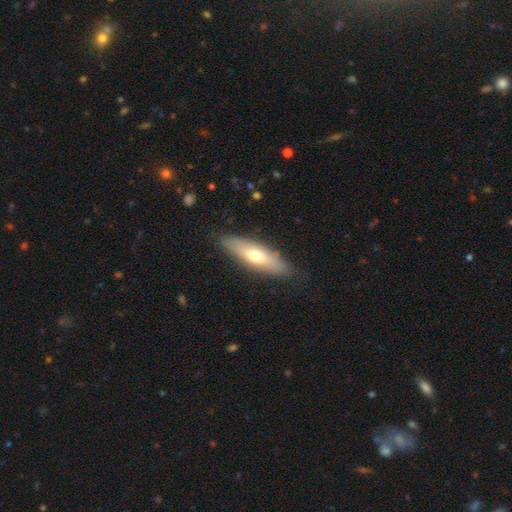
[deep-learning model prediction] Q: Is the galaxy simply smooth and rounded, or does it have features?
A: smooth — 58%.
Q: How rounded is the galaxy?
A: cigar-shaped — 52%.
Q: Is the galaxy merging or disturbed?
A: none — 85%.